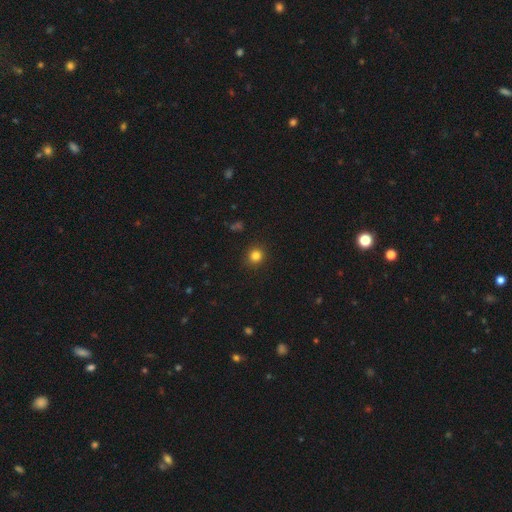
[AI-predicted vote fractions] smooth 83%, star or artifact 13%, featured or disk 5%. Down the decision tree: how rounded — round (90%); merging — none (91%).